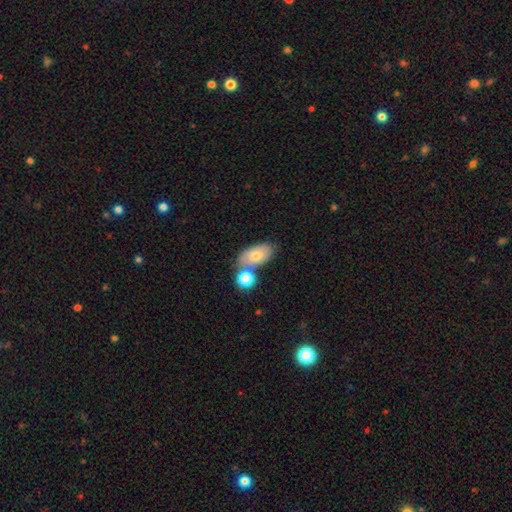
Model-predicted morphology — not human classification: The model was most divided on "merging": none: 55%, merger: 27%, minor disturbance: 14%, major disturbance: 4%. More confident: how rounded — in between (90%); smooth or featured — smooth (74%).